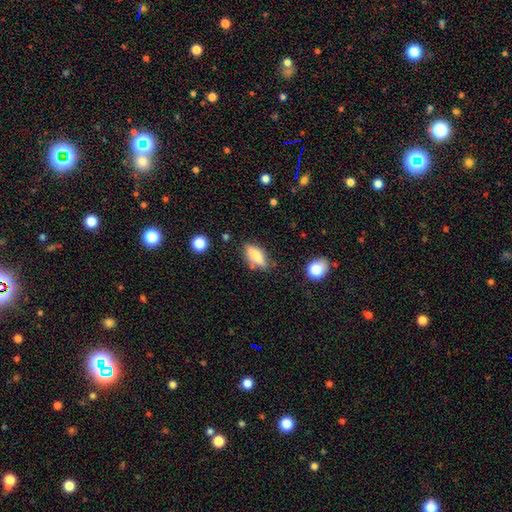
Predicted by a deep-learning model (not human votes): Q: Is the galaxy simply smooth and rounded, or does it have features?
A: smooth — 76%.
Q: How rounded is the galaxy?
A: in between — 72%.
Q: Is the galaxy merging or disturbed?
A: none — 70%.